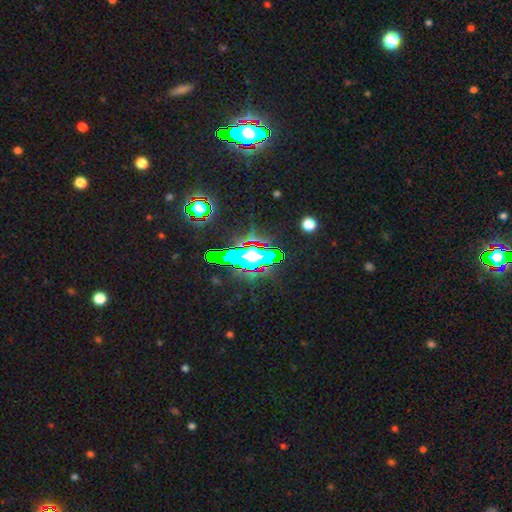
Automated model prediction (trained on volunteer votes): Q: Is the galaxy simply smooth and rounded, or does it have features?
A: star or artifact — 59%.